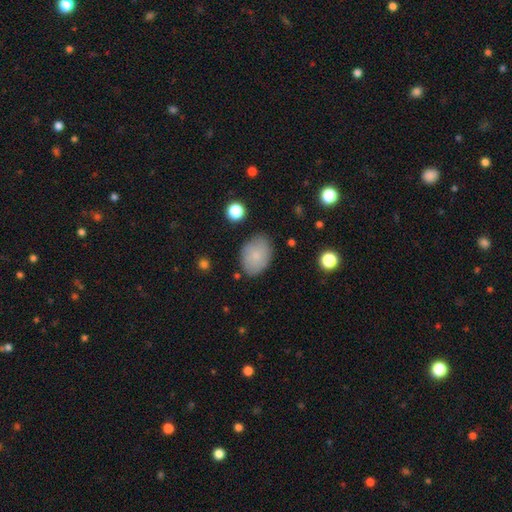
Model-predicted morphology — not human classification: This appears to be a smooth galaxy with no disk features (81%) that is in between round and cigar-shaped (79%). Merging: none (80%).